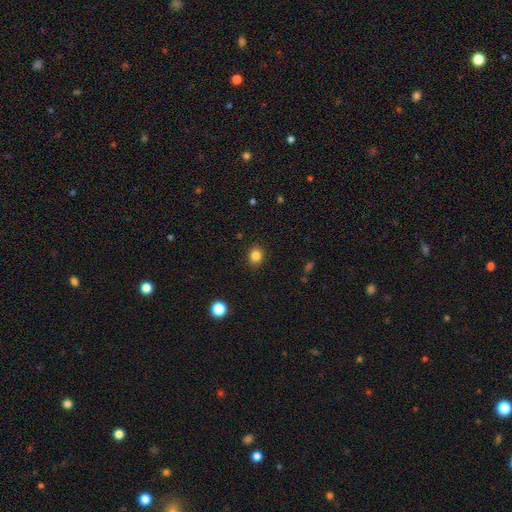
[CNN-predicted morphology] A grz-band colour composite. It shows a smooth galaxy with no disk features (83%) that is round (73%). Merging: none (89%).